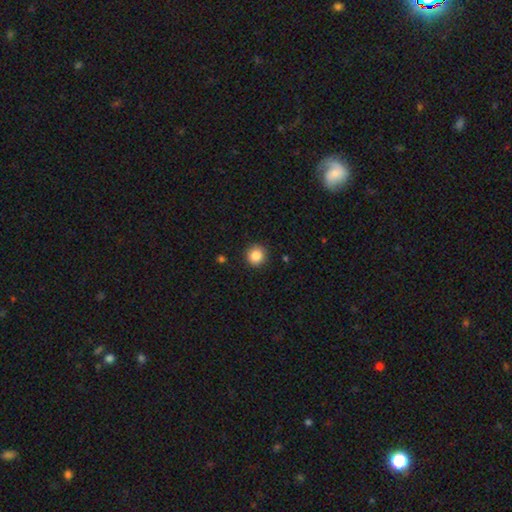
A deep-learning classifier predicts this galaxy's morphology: Overall: smooth (86%). How rounded: round (94%). Merging: none (91%).